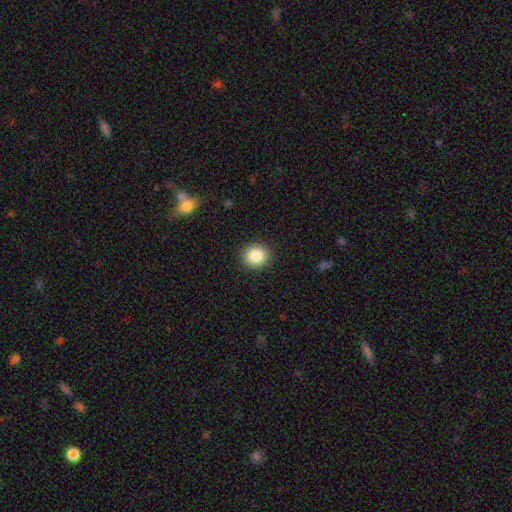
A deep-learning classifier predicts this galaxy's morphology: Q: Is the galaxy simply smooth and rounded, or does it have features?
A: smooth — 87%.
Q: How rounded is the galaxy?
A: round — 83%.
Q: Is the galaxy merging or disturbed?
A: none — 90%.